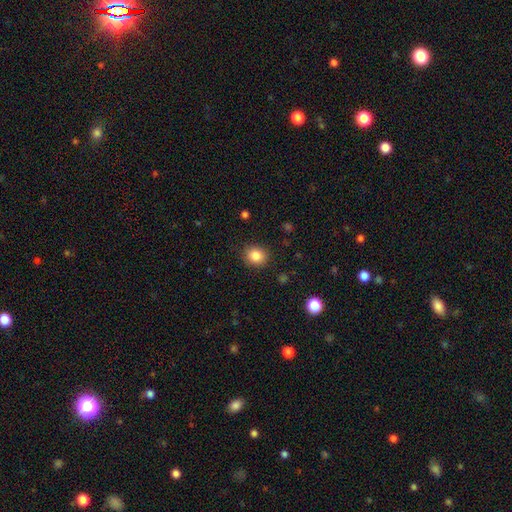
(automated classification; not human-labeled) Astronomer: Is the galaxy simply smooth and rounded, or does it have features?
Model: smooth — 84%.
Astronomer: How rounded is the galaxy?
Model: round — 73%.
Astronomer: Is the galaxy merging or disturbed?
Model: none — 88%.